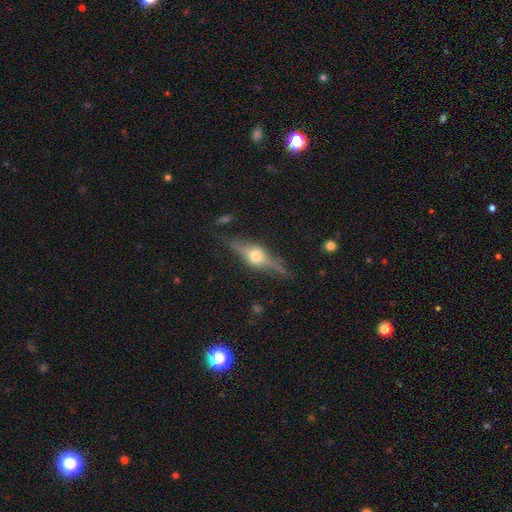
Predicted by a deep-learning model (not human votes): featured or disk 72%, smooth 20%, star or artifact 7%. Down the decision tree: edge-on disk — yes (94%); edge-on bulge — rounded (94%); merging — none (81%).